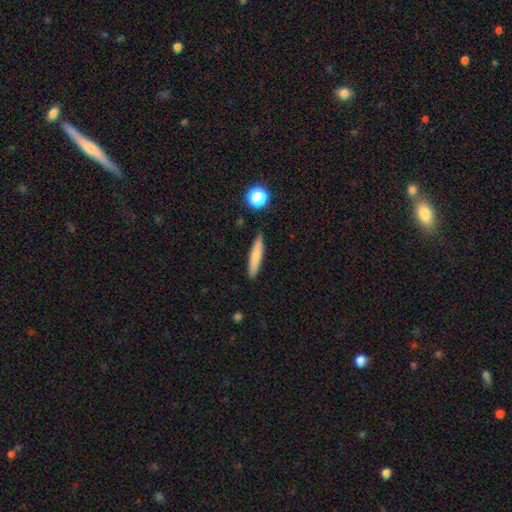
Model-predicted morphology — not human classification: This is likely a smooth galaxy (74%). How rounded: clearly cigar-shaped (86%). Merging: clearly none (87%).